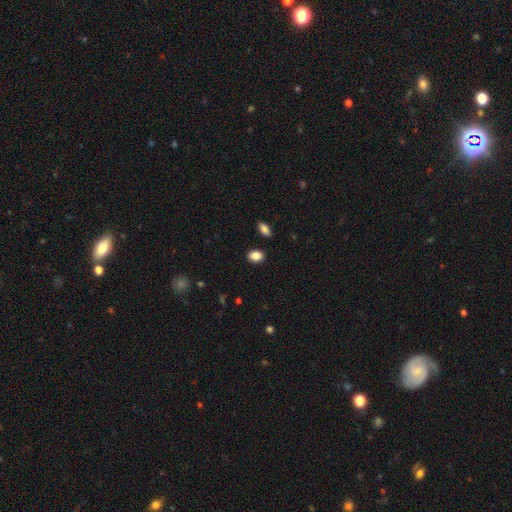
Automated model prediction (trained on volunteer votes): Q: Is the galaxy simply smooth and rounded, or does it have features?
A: smooth — 87%.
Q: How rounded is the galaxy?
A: in between — 72%.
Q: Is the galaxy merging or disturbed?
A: none — 87%.